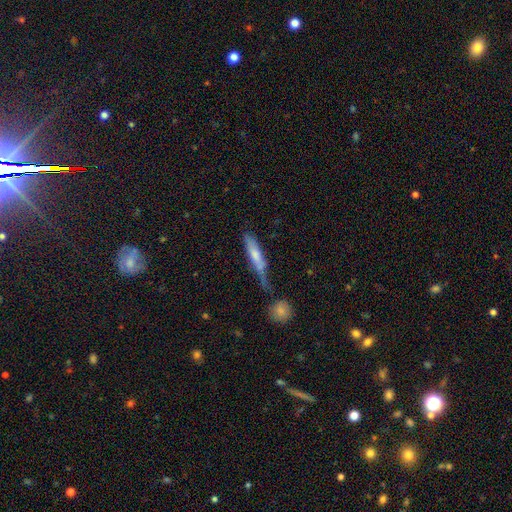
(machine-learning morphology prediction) Smooth or featured?
  - smooth: 61% *
  - featured or disk: 32%
  - star or artifact: 7%
How rounded?
  - cigar-shaped: 80% *
  - in between: 18%
  - round: 2%
Merging?
  - none: 39% *
  - minor disturbance: 25%
  - merger: 22%
  - major disturbance: 14%